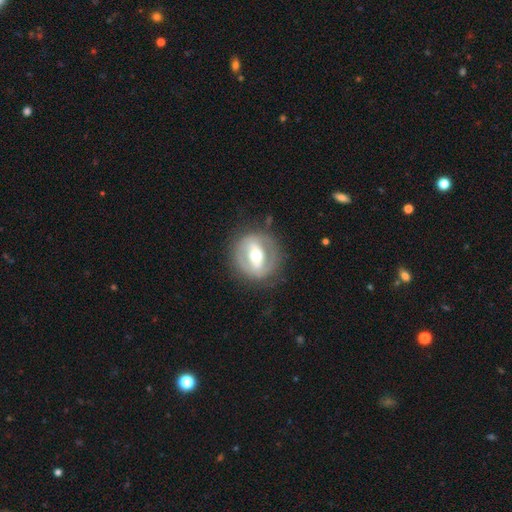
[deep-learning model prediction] Morphology: type=featured or disk (64%); edge-on=no (94%); bar=strong (44%); spiral arms=no (67%); bulge=moderate (73%); merging=none (77%).